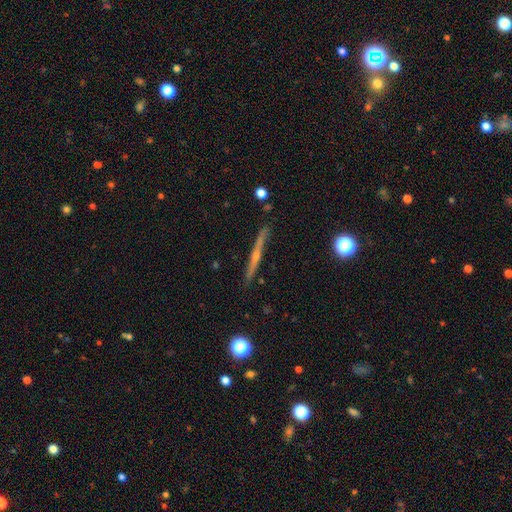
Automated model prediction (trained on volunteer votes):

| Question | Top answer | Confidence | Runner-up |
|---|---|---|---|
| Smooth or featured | featured or disk | 63% | smooth (23%) |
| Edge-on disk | yes | 94% | no (6%) |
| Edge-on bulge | rounded | 60% | none (30%) |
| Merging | none | 84% | minor disturbance (10%) |